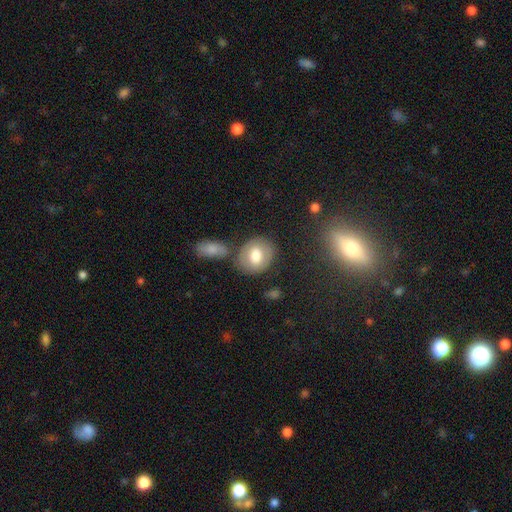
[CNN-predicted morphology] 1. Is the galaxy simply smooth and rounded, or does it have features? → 67% smooth, 25% featured or disk, 8% star or artifact.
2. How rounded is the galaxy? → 53% round, 46% in between, 1% cigar-shaped.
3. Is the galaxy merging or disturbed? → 69% none, 15% minor disturbance, 11% merger, 5% major disturbance.